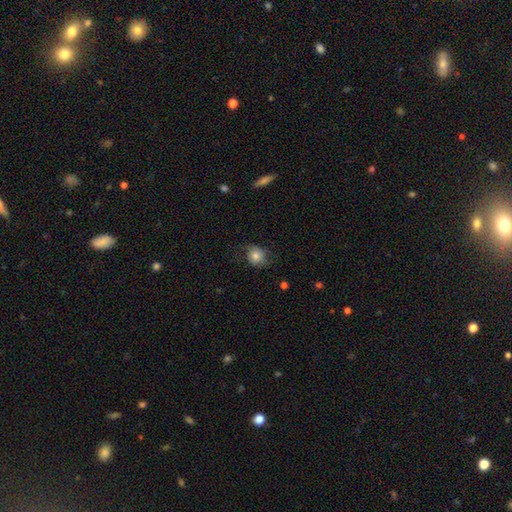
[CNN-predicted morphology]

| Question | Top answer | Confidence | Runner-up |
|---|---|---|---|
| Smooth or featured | smooth | 71% | featured or disk (20%) |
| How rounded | round | 77% | in between (22%) |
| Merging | none | 62% | minor disturbance (24%) |